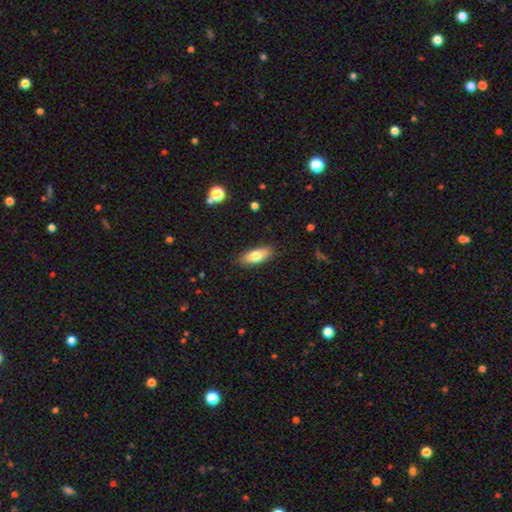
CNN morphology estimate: smooth_or_featured: smooth (p=0.76) [alt: featured or disk p=0.17]
how_rounded: in between (p=0.73) [alt: cigar-shaped p=0.24]
merging: none (p=0.87) [alt: minor disturbance p=0.10]